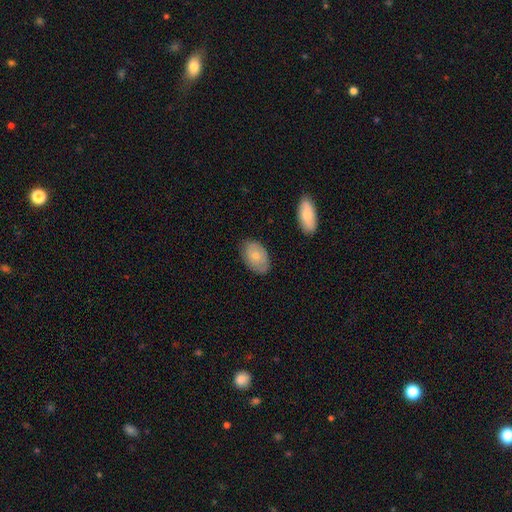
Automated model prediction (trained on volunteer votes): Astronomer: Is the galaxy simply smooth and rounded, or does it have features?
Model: smooth — 72%.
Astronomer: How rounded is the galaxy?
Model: in between — 88%.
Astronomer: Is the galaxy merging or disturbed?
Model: none — 78%.